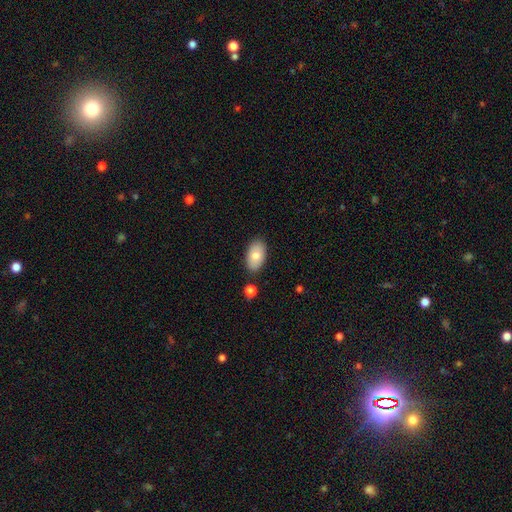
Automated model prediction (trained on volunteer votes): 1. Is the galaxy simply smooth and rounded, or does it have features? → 78% smooth, 15% featured or disk, 7% star or artifact.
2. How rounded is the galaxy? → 94% in between, 5% round, 2% cigar-shaped.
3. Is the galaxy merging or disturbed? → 84% none, 11% minor disturbance, 3% merger, 2% major disturbance.